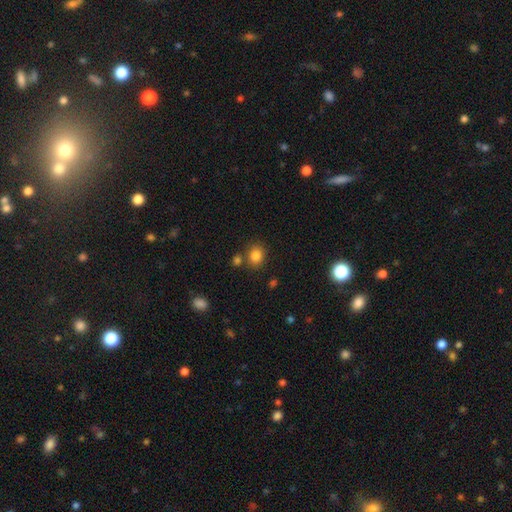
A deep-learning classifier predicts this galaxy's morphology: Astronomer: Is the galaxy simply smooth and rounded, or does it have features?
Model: smooth — 82%.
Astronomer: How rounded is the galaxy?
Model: round — 70%.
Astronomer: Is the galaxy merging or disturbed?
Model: none — 75%.